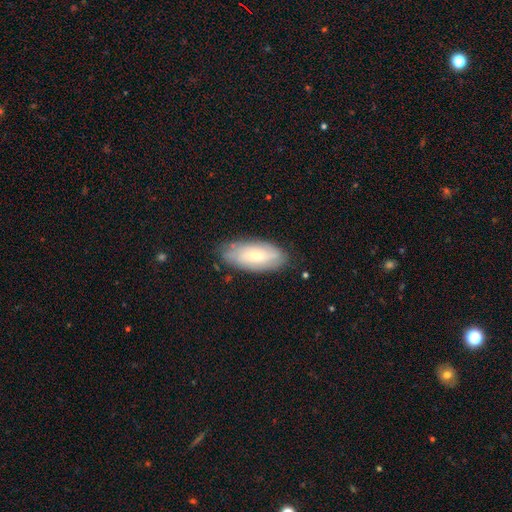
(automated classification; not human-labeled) Morphology: type=smooth (53%); roundness=in between (86%); merging=none (76%).